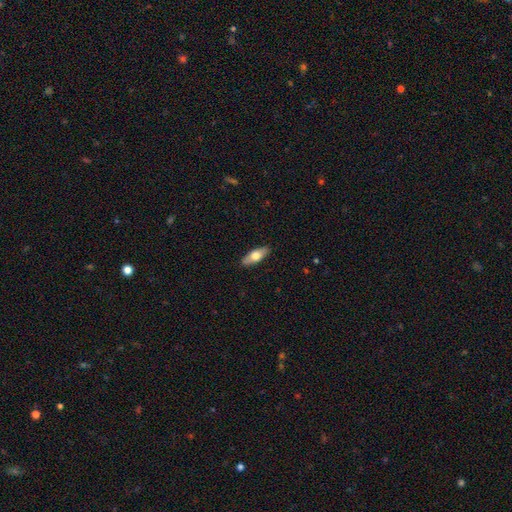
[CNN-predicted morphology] smooth-or-featured: smooth: 62% | featured or disk: 33% | star or artifact: 5%
  how-rounded: in between: 69% | cigar-shaped: 28% | round: 3%
  merging: none: 88% | minor disturbance: 9% | major disturbance: 2% | merger: 1%